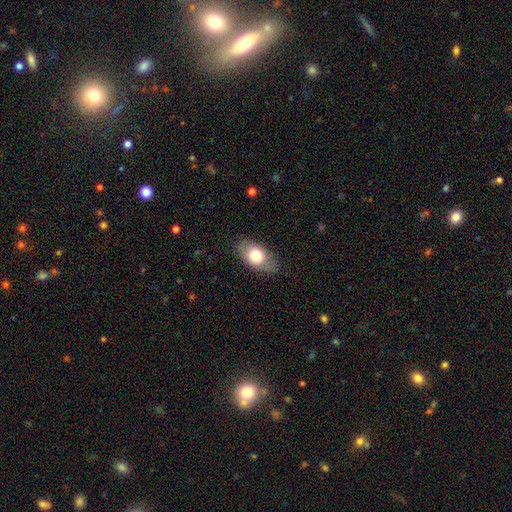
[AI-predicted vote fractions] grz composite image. It shows a smooth galaxy with no disk features (73%) that is in between round and cigar-shaped (87%). Merging: none (80%).